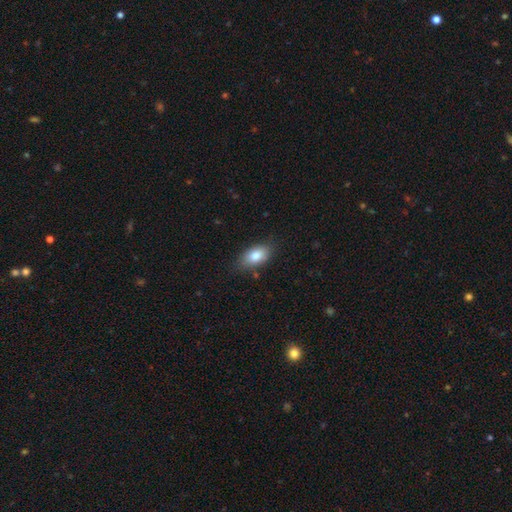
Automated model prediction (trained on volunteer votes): smooth-or-featured: smooth: 81% | featured or disk: 12% | star or artifact: 8%
  how-rounded: in between: 90% | round: 7% | cigar-shaped: 3%
  merging: none: 79% | minor disturbance: 16% | major disturbance: 3% | merger: 2%